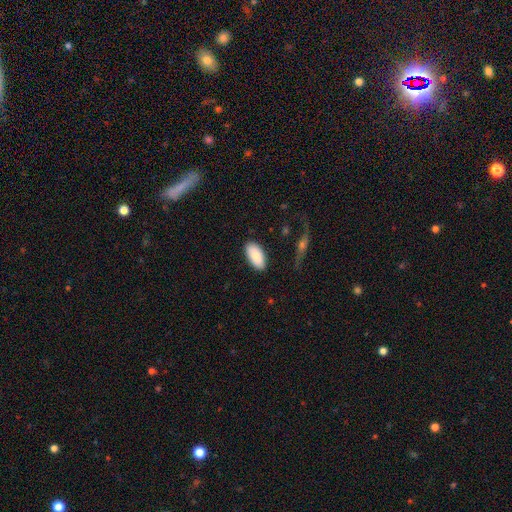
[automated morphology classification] This is clearly a smooth galaxy (86%). How rounded: clearly in between (94%). Merging: clearly none (84%).